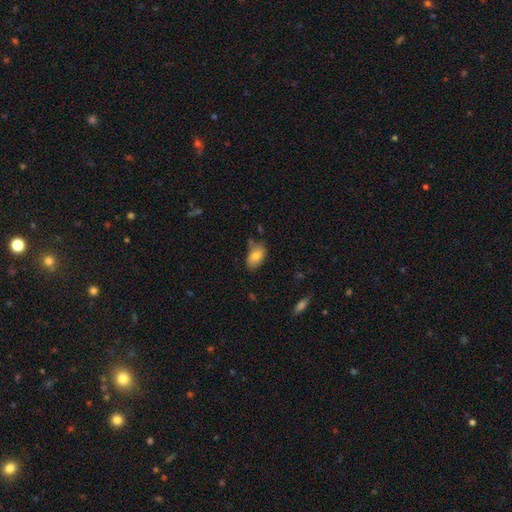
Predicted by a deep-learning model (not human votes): smooth 76%, featured or disk 17%, star or artifact 7%. Down the decision tree: how rounded — in between (89%); merging — none (60%).